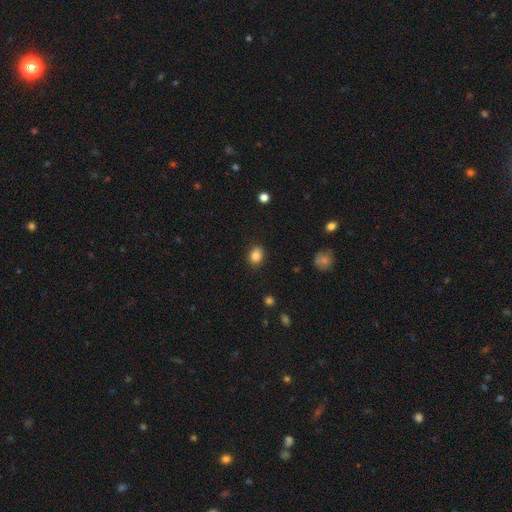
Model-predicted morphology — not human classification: Smooth or featured?
  - smooth: 85% *
  - star or artifact: 10%
  - featured or disk: 5%
How rounded?
  - in between: 55% *
  - round: 44%
  - cigar-shaped: 1%
Merging?
  - none: 84% *
  - minor disturbance: 12%
  - major disturbance: 3%
  - merger: 1%